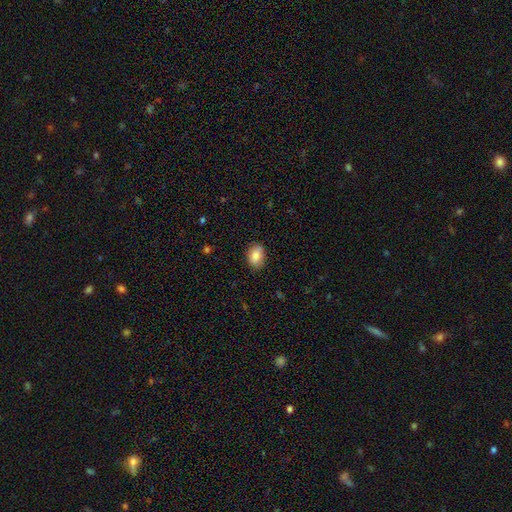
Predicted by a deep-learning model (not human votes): smooth-or-featured: smooth: 84% | featured or disk: 8% | star or artifact: 8%
  how-rounded: in between: 77% | round: 22% | cigar-shaped: 1%
  merging: none: 80% | minor disturbance: 16% | major disturbance: 3% | merger: 2%